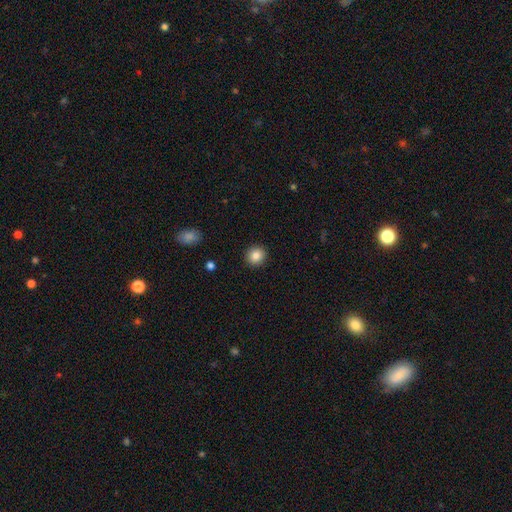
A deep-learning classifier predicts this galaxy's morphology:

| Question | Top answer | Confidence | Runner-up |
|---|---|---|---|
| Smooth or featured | smooth | 86% | star or artifact (9%) |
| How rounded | round | 88% | in between (11%) |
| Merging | none | 92% | minor disturbance (5%) |